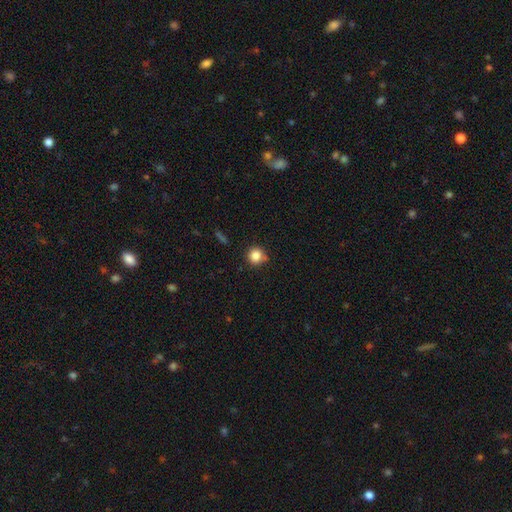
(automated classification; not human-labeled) Smooth or featured? smooth (84%)
How rounded? round (93%)
Merging? none (81%)